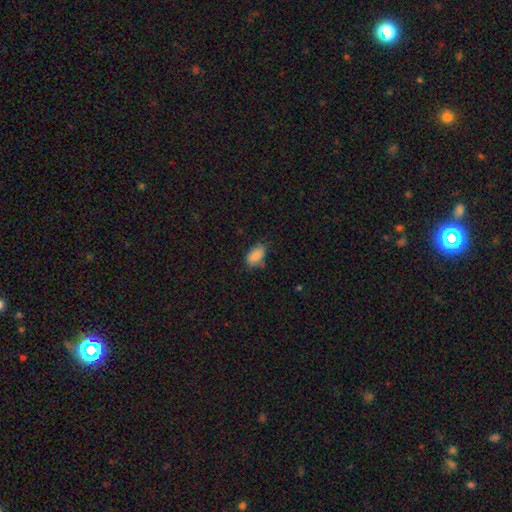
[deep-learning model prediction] A smooth galaxy with no disk features (86%) that is in between round and cigar-shaped (92%).

Vote fractions:
- Smooth or featured? smooth: 86% / star or artifact: 8% / featured or disk: 6%
- How rounded? in between: 92% / round: 6% / cigar-shaped: 2%
- Merging? none: 69% / minor disturbance: 23% / major disturbance: 5% / merger: 3%